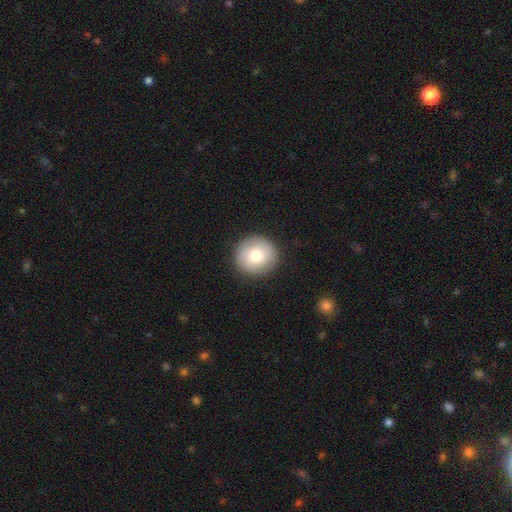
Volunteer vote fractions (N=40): Morphology: type=smooth (88%); roundness=round (100%); merging=none (95%).